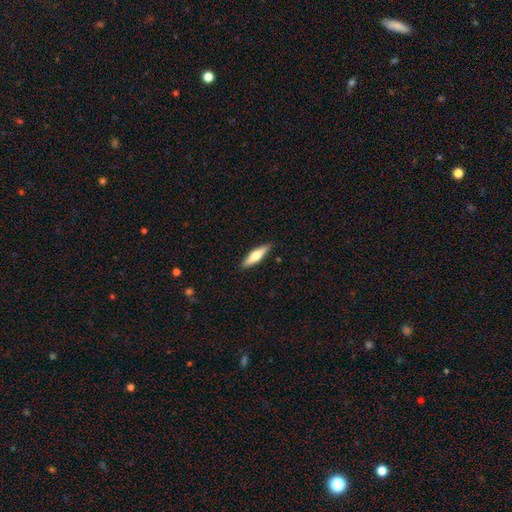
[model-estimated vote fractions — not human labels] Morphology: type=smooth (57%); roundness=cigar-shaped (67%); merging=none (89%).